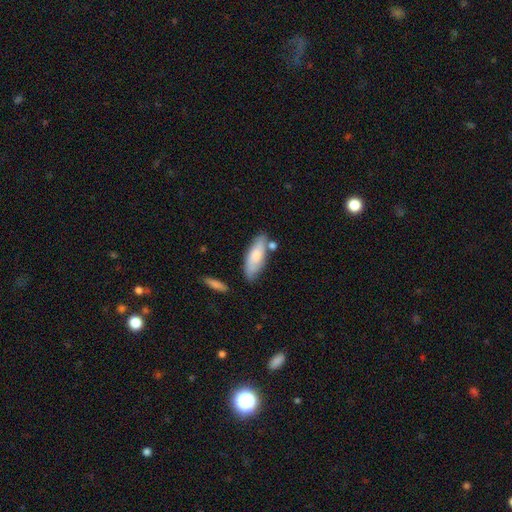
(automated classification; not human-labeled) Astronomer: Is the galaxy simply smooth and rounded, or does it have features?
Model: smooth — 71%.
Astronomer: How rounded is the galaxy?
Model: in between — 69%.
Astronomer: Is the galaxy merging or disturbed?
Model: none — 68%.